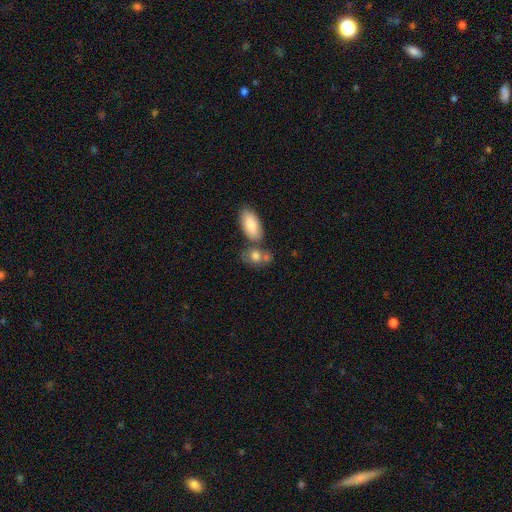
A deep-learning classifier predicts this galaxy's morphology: smooth-or-featured: smooth: 80% | featured or disk: 12% | star or artifact: 8%
  how-rounded: in between: 66% | round: 31% | cigar-shaped: 3%
  merging: none: 47% | merger: 35% | minor disturbance: 13% | major disturbance: 5%